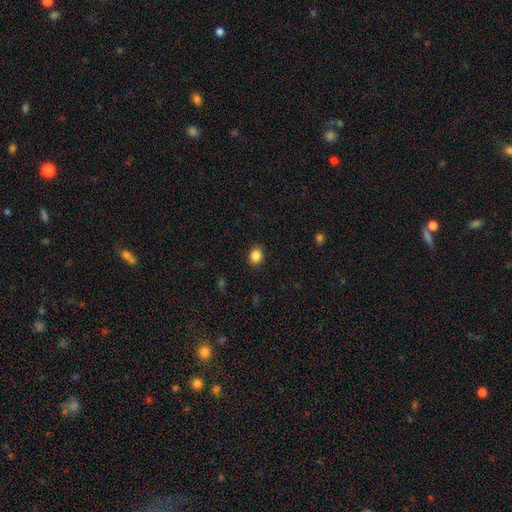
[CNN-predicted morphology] smooth 87%, star or artifact 10%, featured or disk 3%. Down the decision tree: how rounded — round (61%); merging — none (90%).